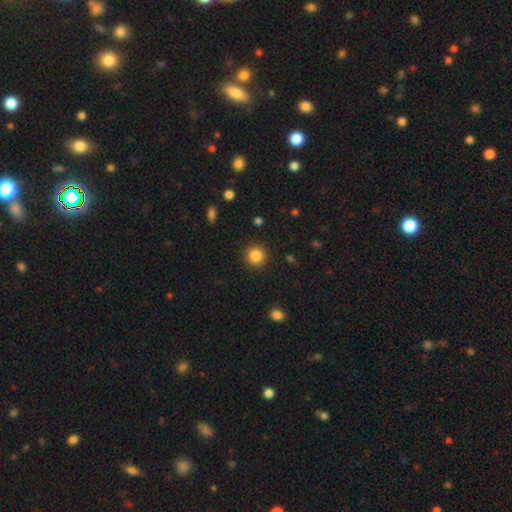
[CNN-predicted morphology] A smooth galaxy with no disk features (85%) that is round (92%). Merging: none (90%).